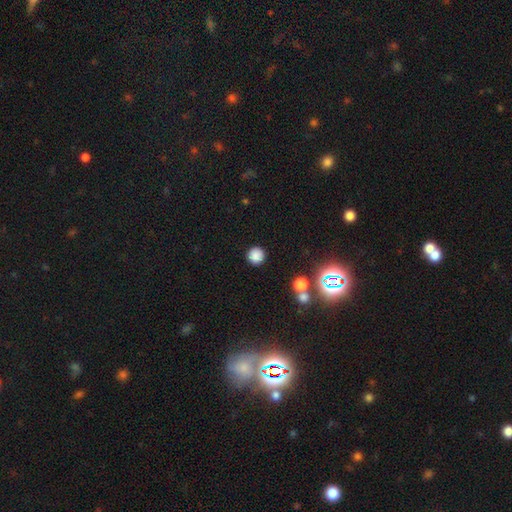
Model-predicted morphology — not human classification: Smooth or featured? smooth (83%)
How rounded? round (95%)
Merging? none (89%)